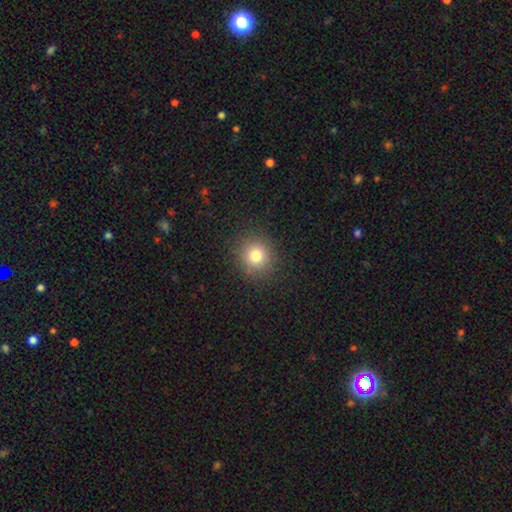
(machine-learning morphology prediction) The model was most divided on "smooth or featured": smooth: 79%, star or artifact: 14%, featured or disk: 8%. More confident: how rounded — round (89%); merging — none (89%).